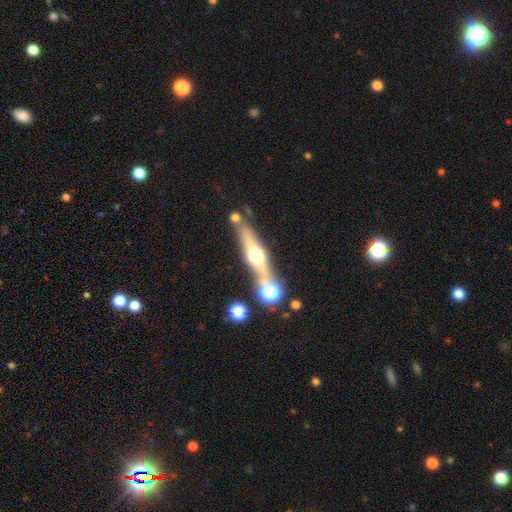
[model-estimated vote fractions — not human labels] The model was most divided on "smooth or featured": featured or disk: 67%, smooth: 25%, star or artifact: 8%. More confident: edge-on bulge — rounded (95%); edge-on disk — yes (93%); merging — none (71%).